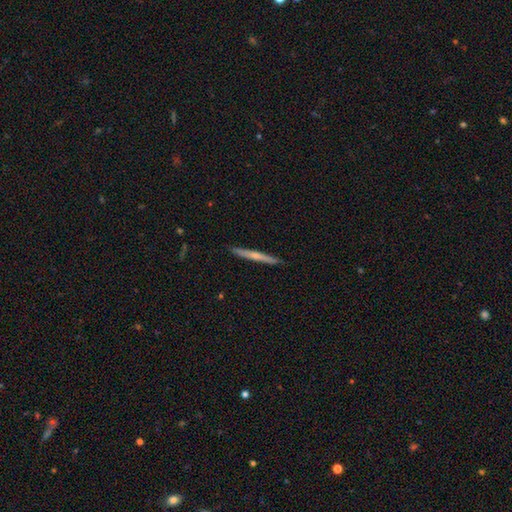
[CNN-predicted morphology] type=featured or disk (55%); edge-on=yes (97%); edge-on bulge=rounded (61%); merging=none (91%).